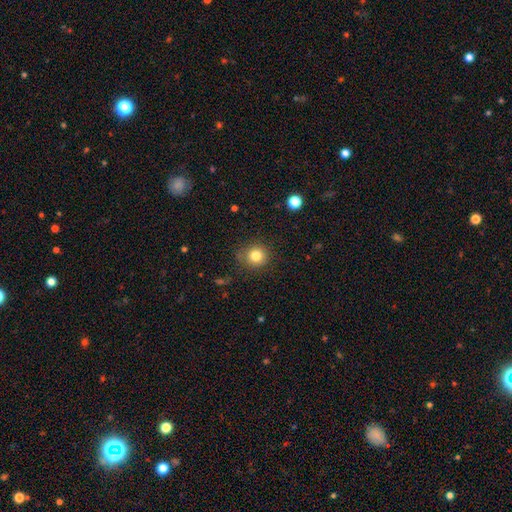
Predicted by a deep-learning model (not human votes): Morphology: type=smooth (80%); roundness=round (88%); merging=none (82%).